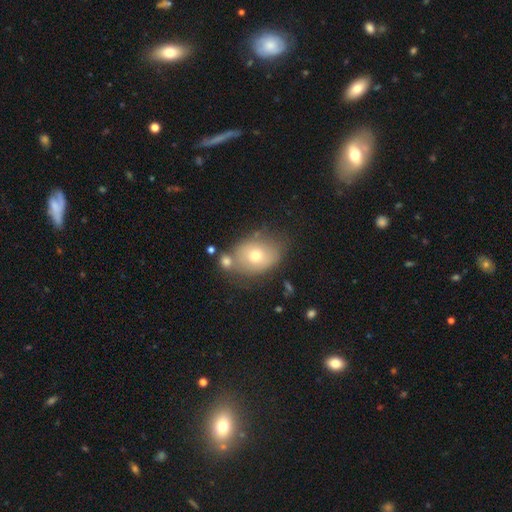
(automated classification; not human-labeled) smooth 64%, featured or disk 26%, star or artifact 10%. Down the decision tree: how rounded — in between (56%); merging — none (57%).